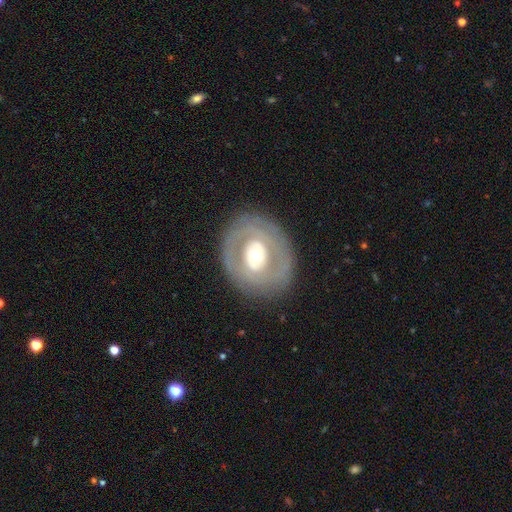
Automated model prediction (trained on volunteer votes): This is likely a featured or disk galaxy (64%). It is clearly not viewed edge-on (95%). Bar: likely no (69%). Spiral arm pattern: likely no (71%). Central bulge: likely moderate (65%). Merging: clearly none (82%).